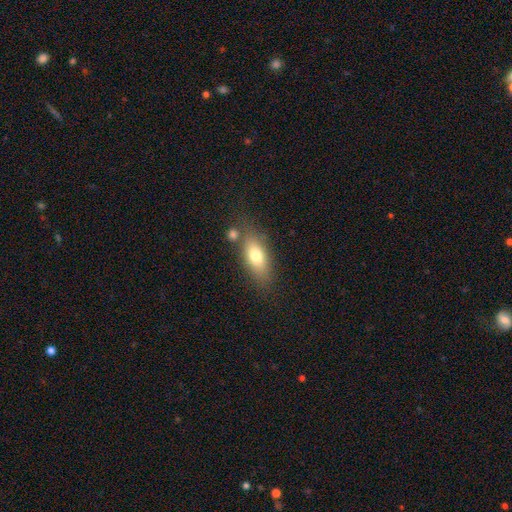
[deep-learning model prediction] A smooth galaxy with no disk features (74%) that is in between round and cigar-shaped (77%).

Vote fractions:
- Smooth or featured? smooth: 74% / featured or disk: 18% / star or artifact: 8%
- How rounded? in between: 77% / cigar-shaped: 17% / round: 5%
- Merging? none: 67% / minor disturbance: 15% / merger: 13% / major disturbance: 5%